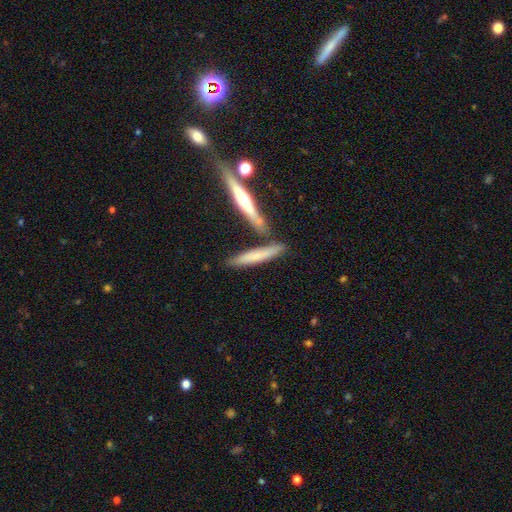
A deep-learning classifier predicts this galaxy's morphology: This is possibly a smooth galaxy (55%). How rounded: clearly cigar-shaped (91%). Merging: likely none (68%).